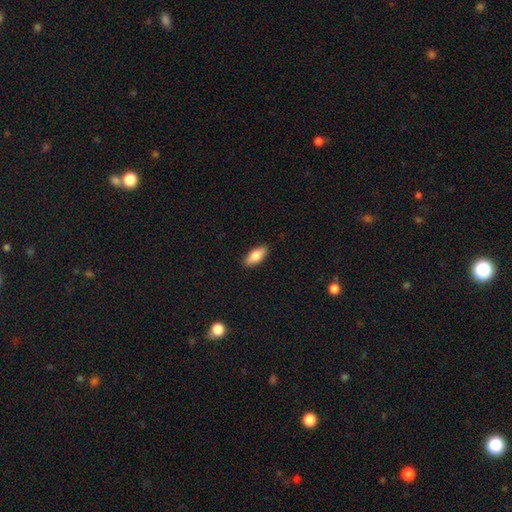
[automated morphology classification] A smooth galaxy with no disk features (80%) that is in between round and cigar-shaped (81%).

Vote fractions:
- Smooth or featured? smooth: 80% / featured or disk: 14% / star or artifact: 6%
- How rounded? in between: 81% / cigar-shaped: 17% / round: 2%
- Merging? none: 89% / minor disturbance: 8% / major disturbance: 2% / merger: 1%